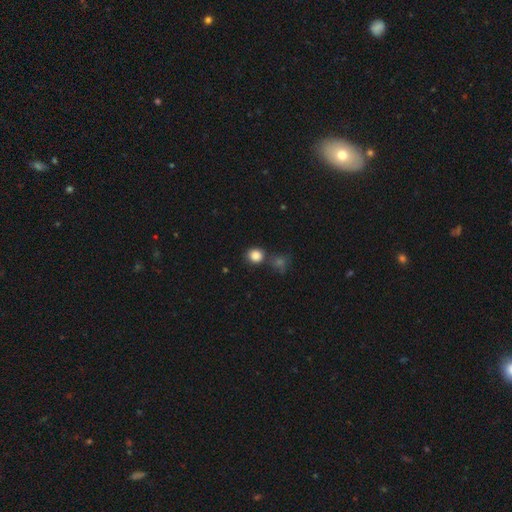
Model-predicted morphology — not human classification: smooth-or-featured: smooth: 85% | star or artifact: 11% | featured or disk: 4%
  how-rounded: round: 83% | in between: 16% | cigar-shaped: 1%
  merging: none: 67% | merger: 17% | minor disturbance: 11% | major disturbance: 4%